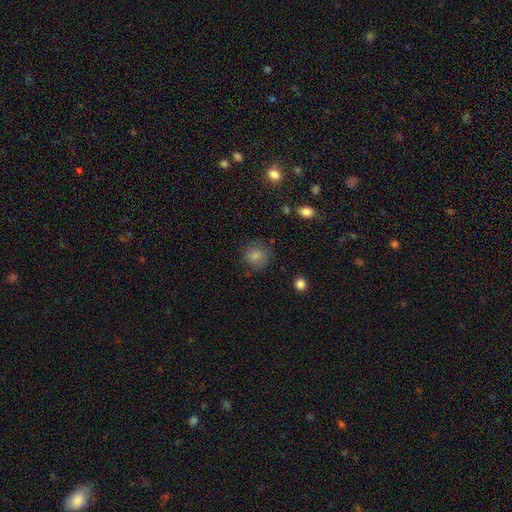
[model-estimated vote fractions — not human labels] smooth-or-featured: smooth: 81% | star or artifact: 10% | featured or disk: 9%
  how-rounded: round: 85% | in between: 14% | cigar-shaped: 1%
  merging: none: 74% | minor disturbance: 17% | major disturbance: 6% | merger: 2%